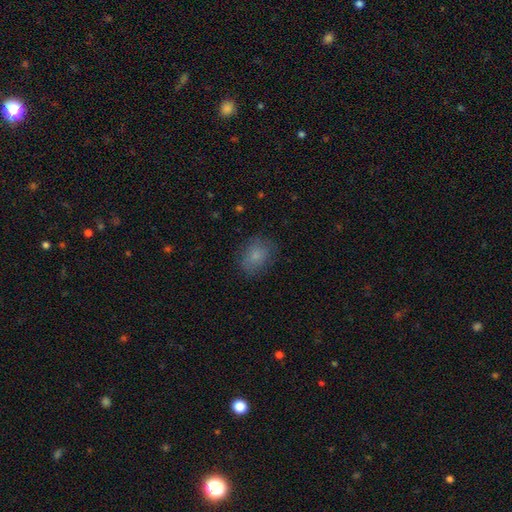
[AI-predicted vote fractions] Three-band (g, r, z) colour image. It shows a smooth galaxy with no disk features (81%) that is in between round and cigar-shaped (58%). Merging: none (79%).